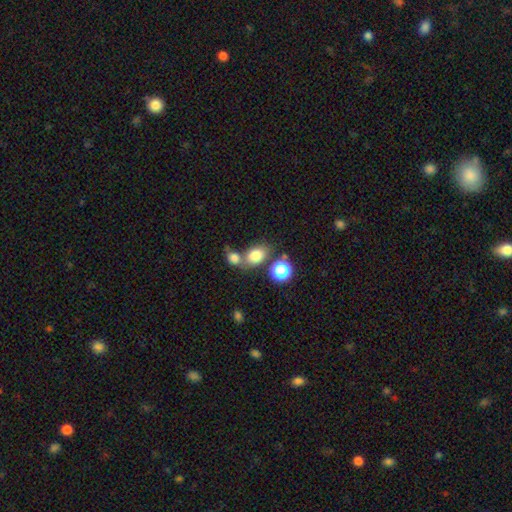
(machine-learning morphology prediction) smooth 78%, star or artifact 13%, featured or disk 9%. Down the decision tree: how rounded — in between (66%); merging — none (47%).